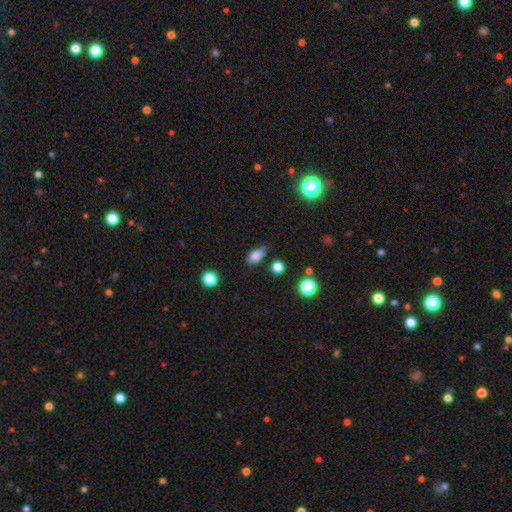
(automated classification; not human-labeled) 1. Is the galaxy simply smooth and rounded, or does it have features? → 84% smooth, 10% star or artifact, 6% featured or disk.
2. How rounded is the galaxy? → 87% in between, 8% round, 5% cigar-shaped.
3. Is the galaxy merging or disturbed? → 73% none, 21% minor disturbance, 4% major disturbance, 3% merger.